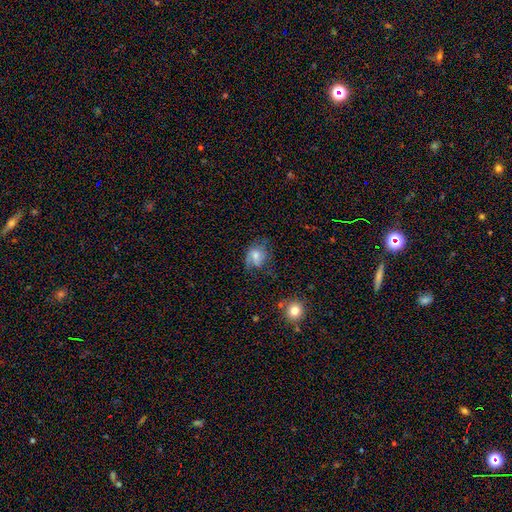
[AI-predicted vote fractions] Smooth or featured: smooth — 45% (featured or disk — 43%)
Merging: none — 51% (minor disturbance — 26%)